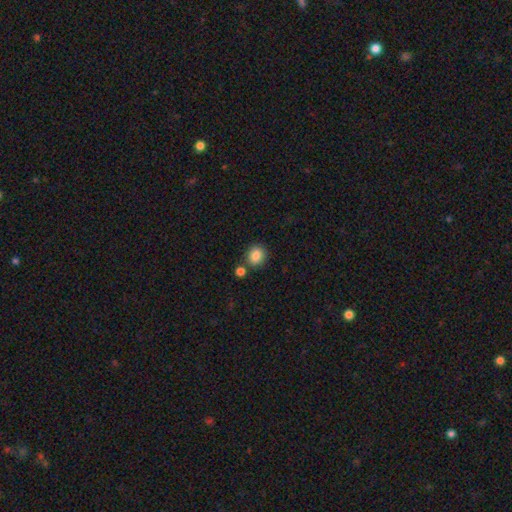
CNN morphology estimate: type=smooth (85%); roundness=round (71%); merging=none (75%).